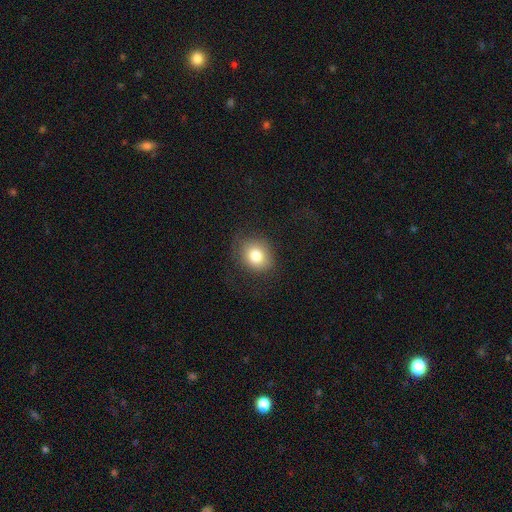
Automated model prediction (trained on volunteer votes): Smooth or featured: smooth — 80% (star or artifact — 10%)
How rounded: round — 66% (in between — 33%)
Merging: none — 76% (minor disturbance — 15%)